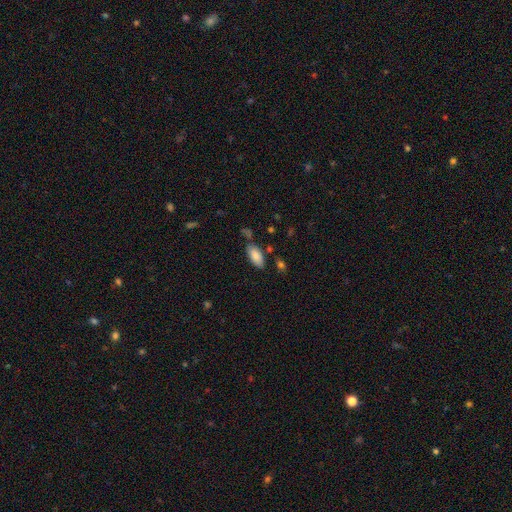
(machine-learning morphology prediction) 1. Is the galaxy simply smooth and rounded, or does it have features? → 85% smooth, 8% featured or disk, 7% star or artifact.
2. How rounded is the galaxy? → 90% in between, 8% cigar-shaped, 2% round.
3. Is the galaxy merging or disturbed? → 72% none, 16% minor disturbance, 8% merger, 4% major disturbance.